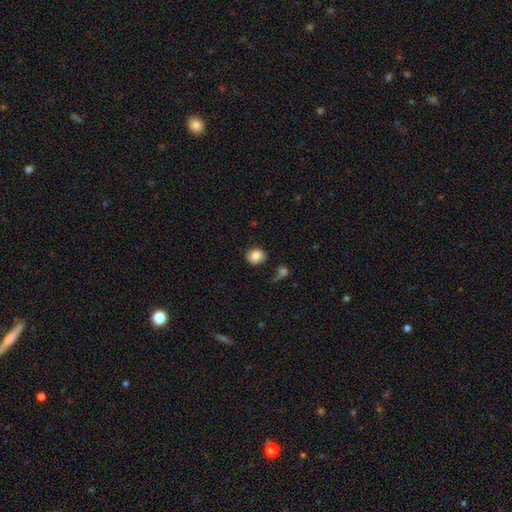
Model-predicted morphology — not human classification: smooth_or_featured: smooth (p=0.75) [alt: featured or disk p=0.17]
how_rounded: round (p=0.74) [alt: in between p=0.25]
merging: none (p=0.72) [alt: minor disturbance p=0.16]